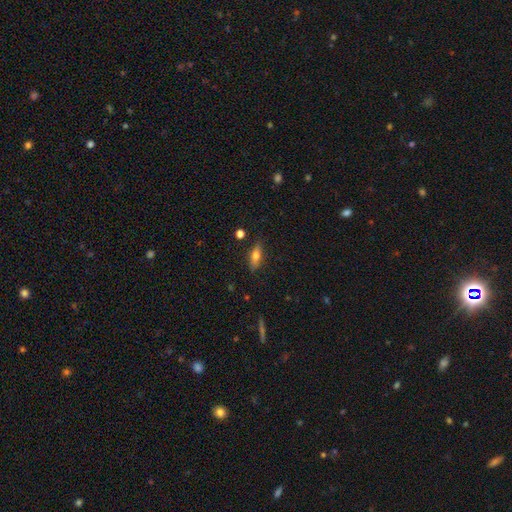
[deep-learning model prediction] This appears to be a smooth galaxy with no disk features (60%) that is in between round and cigar-shaped (57%). Merging: none (83%).